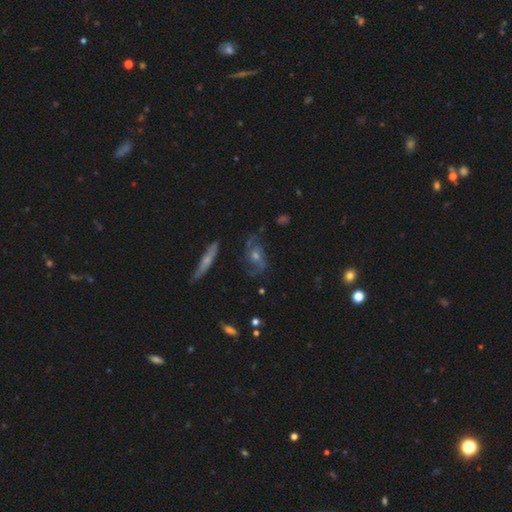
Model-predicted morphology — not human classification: This appears to be a featured or disk galaxy (79%) with no bar (64%), 2 (78%) medium (48%) spiral arms (94%) and a moderate central bulge (54%). Merging: none (70%).